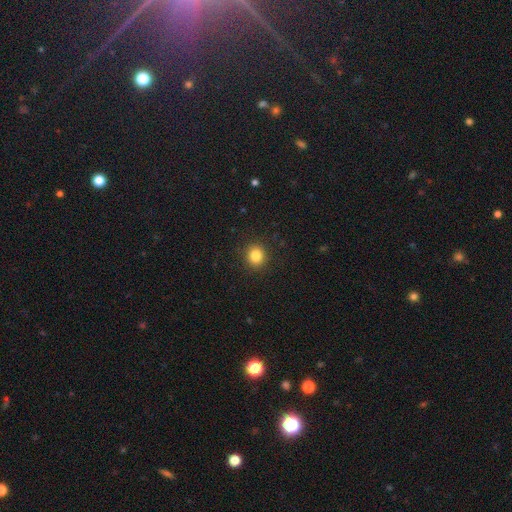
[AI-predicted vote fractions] smooth 84%, star or artifact 11%, featured or disk 5%. Down the decision tree: how rounded — round (86%); merging — none (91%).